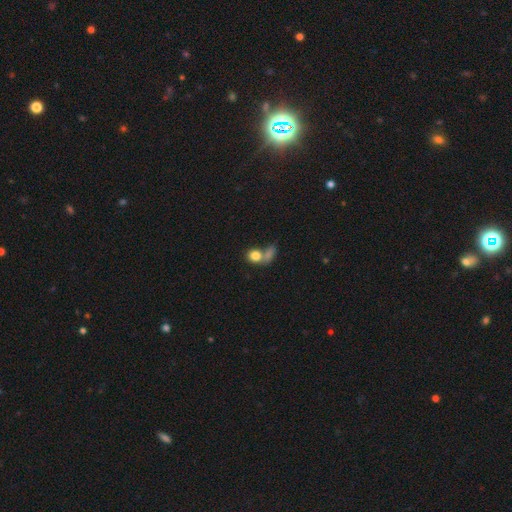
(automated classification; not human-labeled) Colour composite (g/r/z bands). It shows a smooth galaxy with no disk features (80%) that is round (62%). Merging: merger (52%).